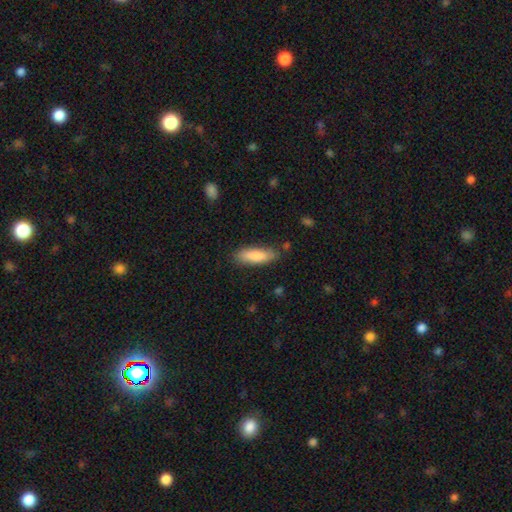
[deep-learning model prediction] Smooth or featured? smooth (82%)
How rounded? cigar-shaped (56%)
Merging? none (83%)